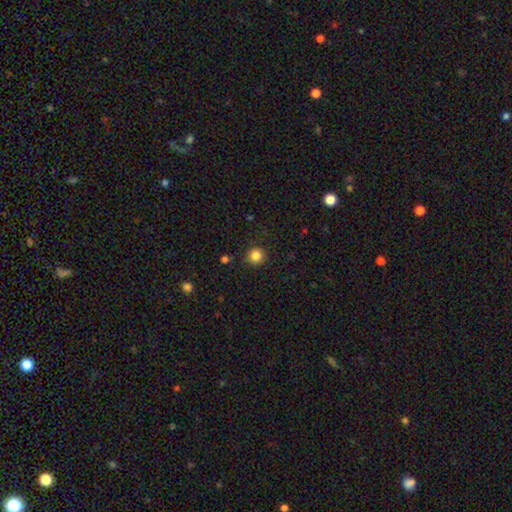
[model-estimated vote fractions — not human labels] Smooth or featured? smooth (85%)
How rounded? round (94%)
Merging? none (89%)